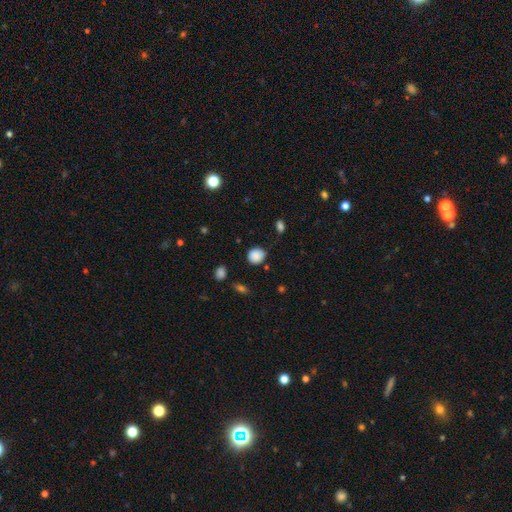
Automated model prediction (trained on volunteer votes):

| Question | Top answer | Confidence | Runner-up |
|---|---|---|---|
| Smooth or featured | smooth | 86% | star or artifact (9%) |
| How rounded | round | 84% | in between (15%) |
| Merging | none | 78% | minor disturbance (16%) |